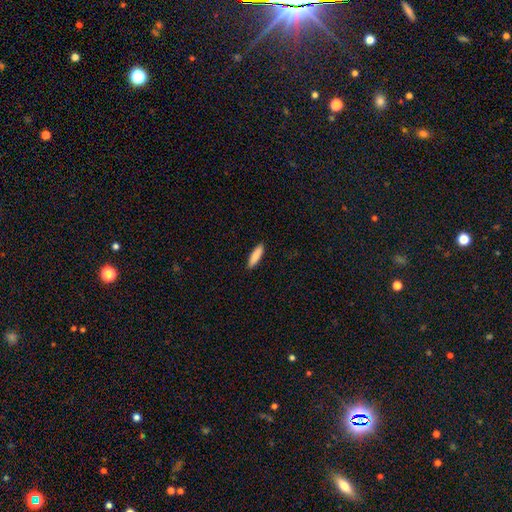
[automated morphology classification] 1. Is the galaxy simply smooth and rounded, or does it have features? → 87% smooth, 7% featured or disk, 6% star or artifact.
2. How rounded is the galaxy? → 66% cigar-shaped, 32% in between, 2% round.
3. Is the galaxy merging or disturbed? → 91% none, 7% minor disturbance, 2% major disturbance, 1% merger.